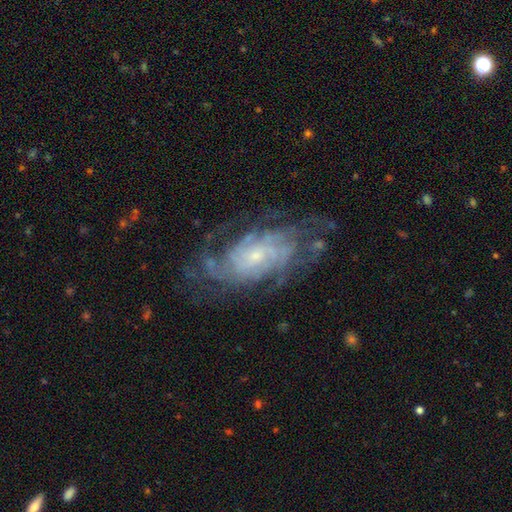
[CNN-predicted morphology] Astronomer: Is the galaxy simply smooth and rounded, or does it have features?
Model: featured or disk — 84%.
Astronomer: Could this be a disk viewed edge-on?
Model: no — 95%.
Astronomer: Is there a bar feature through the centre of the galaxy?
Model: no — 67%.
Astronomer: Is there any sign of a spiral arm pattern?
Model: yes — 93%.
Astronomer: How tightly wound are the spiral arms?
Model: tight — 61%.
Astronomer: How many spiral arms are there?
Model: can't tell — 41% (runner-up: 4, 17%).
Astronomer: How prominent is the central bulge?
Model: small — 69%.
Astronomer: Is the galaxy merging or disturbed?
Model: none — 68%.